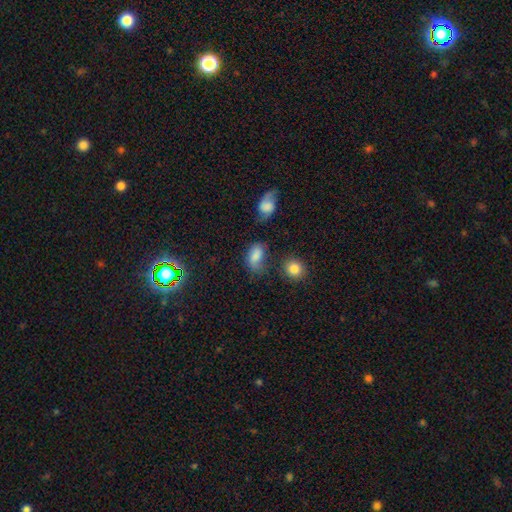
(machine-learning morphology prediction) Smooth or featured? Predicted: smooth (p=0.77). How rounded? Predicted: in between (p=0.86). Merging? Predicted: none (p=0.47).